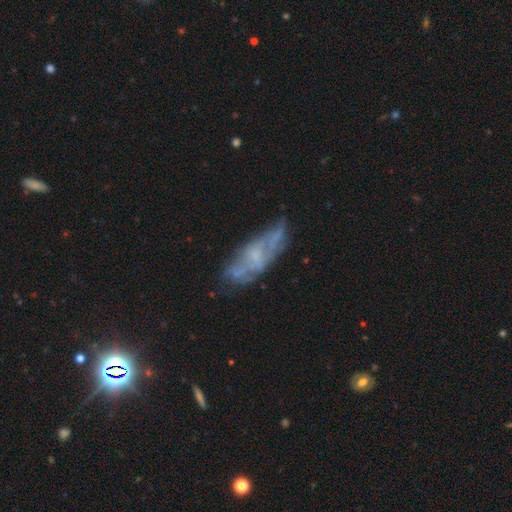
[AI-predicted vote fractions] A featured or disk galaxy (58%).

Vote fractions:
- Smooth or featured? featured or disk: 58% / smooth: 30% / star or artifact: 11%
- Edge-on disk? no: 80% / yes: 20%
- Merging? none: 51% / minor disturbance: 26% / major disturbance: 16% / merger: 8%